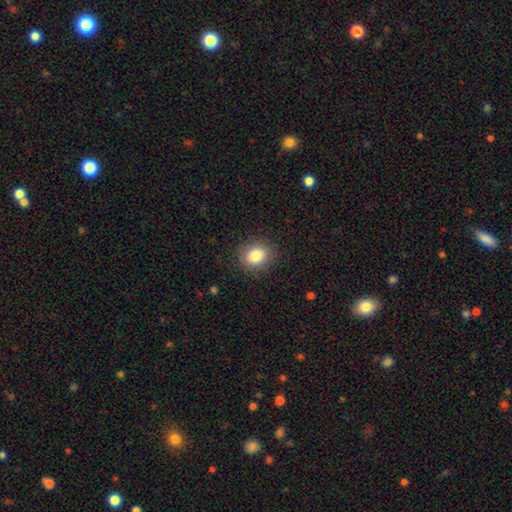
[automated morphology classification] Smooth or featured? Predicted: smooth (p=0.84). How rounded? Predicted: round (p=0.63). Merging? Predicted: none (p=0.88).